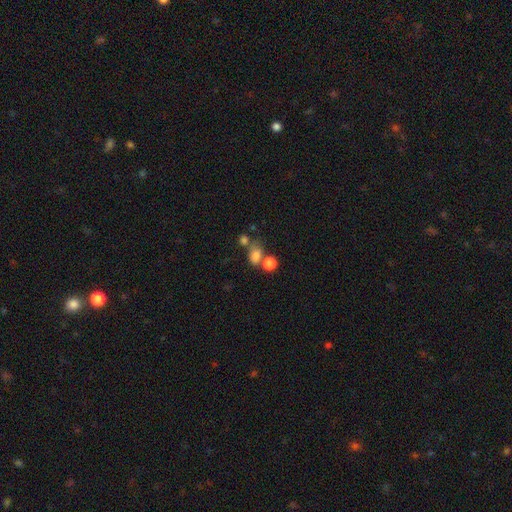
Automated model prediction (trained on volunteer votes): smooth_or_featured: smooth (p=0.77) [alt: star or artifact p=0.14]
how_rounded: in between (p=0.61) [alt: round p=0.37]
merging: none (p=0.43) [alt: merger p=0.35]